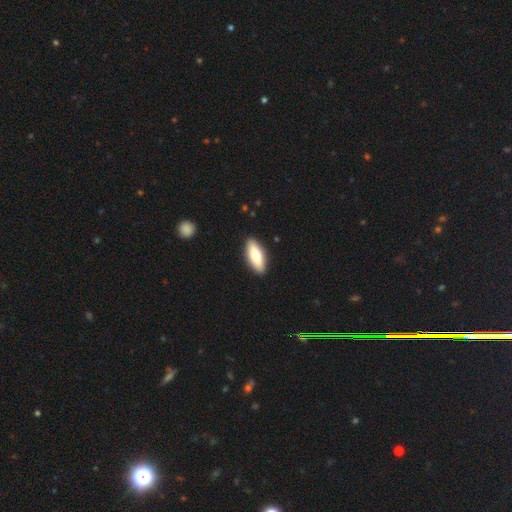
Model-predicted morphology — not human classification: This appears to be a smooth galaxy with no disk features (77%) that is in between round and cigar-shaped (70%). Merging: none (90%).